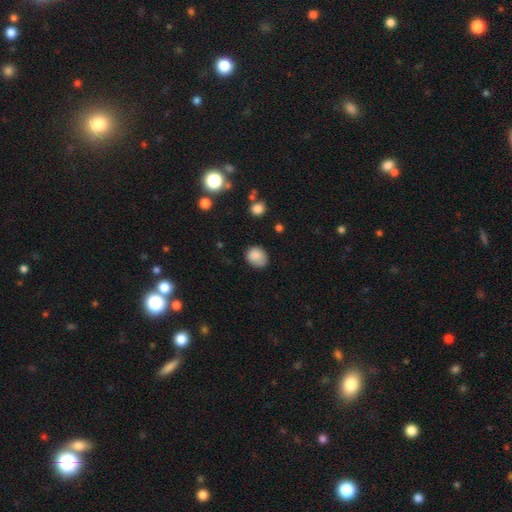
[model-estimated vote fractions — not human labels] Smooth or featured?
  - smooth: 84% *
  - star or artifact: 9%
  - featured or disk: 6%
How rounded?
  - round: 59% *
  - in between: 40%
  - cigar-shaped: 1%
Merging?
  - none: 68% *
  - minor disturbance: 24%
  - major disturbance: 5%
  - merger: 2%